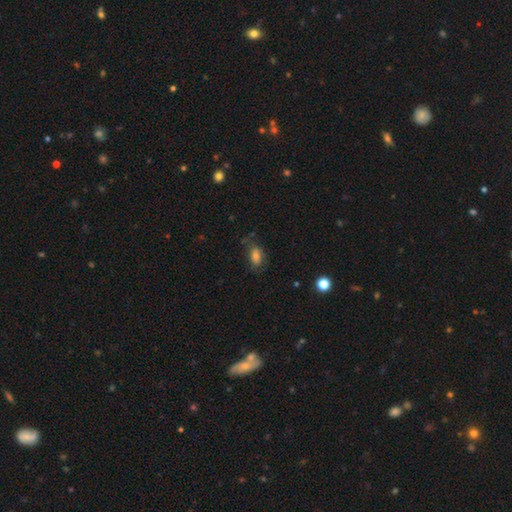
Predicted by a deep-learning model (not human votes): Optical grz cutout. It shows a smooth galaxy with no disk features (66%) that is in between round and cigar-shaped (87%). Merging: none (58%).